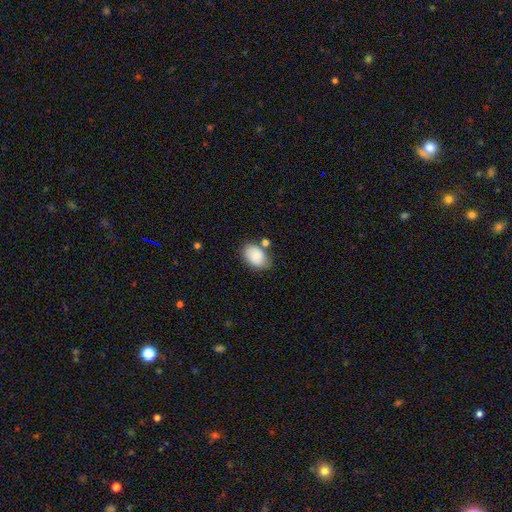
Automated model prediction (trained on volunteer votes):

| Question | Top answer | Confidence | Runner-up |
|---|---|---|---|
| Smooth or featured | smooth | 85% | featured or disk (8%) |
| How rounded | in between | 86% | round (13%) |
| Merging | none | 68% | minor disturbance (18%) |